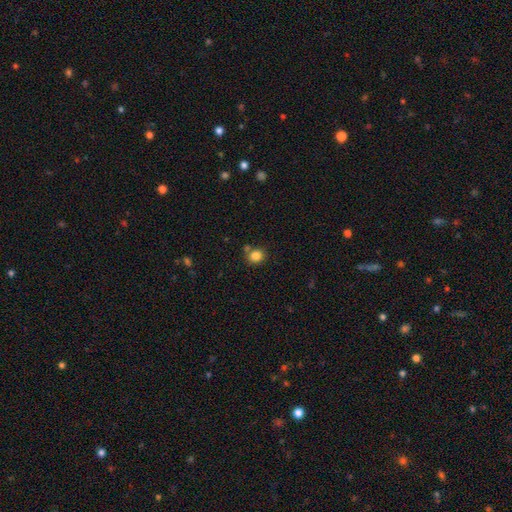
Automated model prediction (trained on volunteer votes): Overall: smooth (84%). How rounded: round (79%). Merging: none (72%).